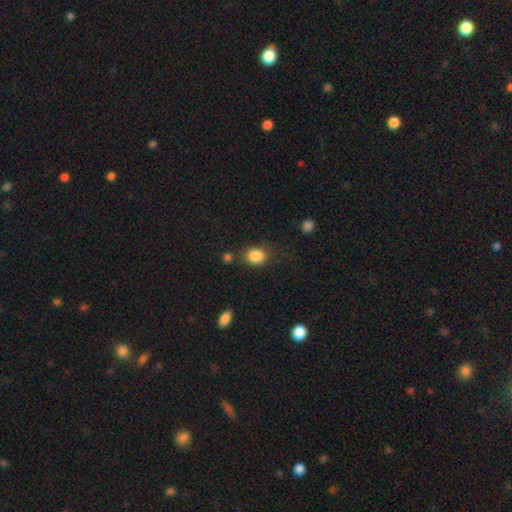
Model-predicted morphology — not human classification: smooth-or-featured: smooth: 87% | star or artifact: 9% | featured or disk: 4%
  how-rounded: in between: 53% | round: 46% | cigar-shaped: 1%
  merging: none: 70% | minor disturbance: 17% | merger: 7% | major disturbance: 6%